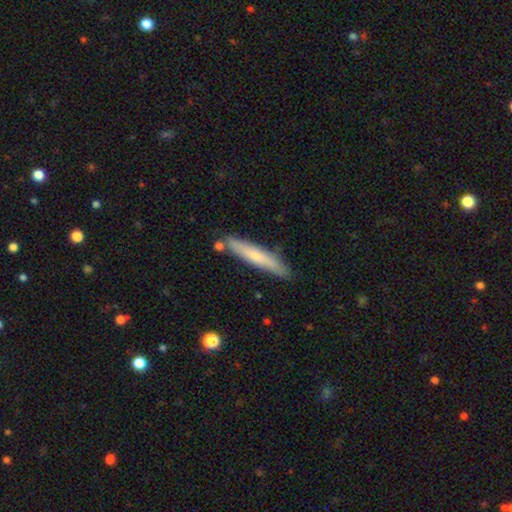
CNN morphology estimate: Q: Smooth or featured?
A: smooth (63%); runner-up: featured or disk (32%)
Q: How rounded?
A: cigar-shaped (92%); runner-up: in between (7%)
Q: Merging?
A: none (82%); runner-up: minor disturbance (12%)